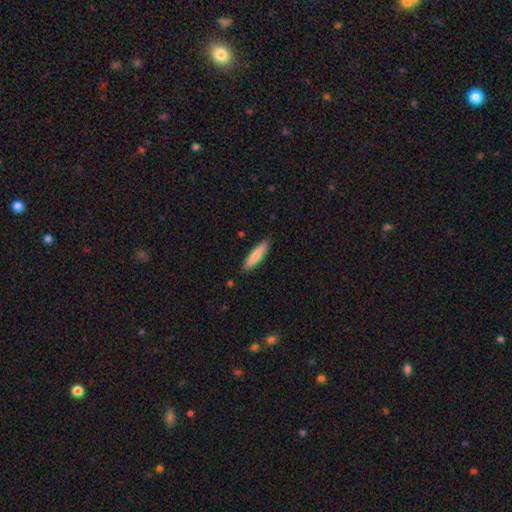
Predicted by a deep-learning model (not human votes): Q: Smooth or featured?
A: smooth (85%); runner-up: featured or disk (10%)
Q: How rounded?
A: cigar-shaped (74%); runner-up: in between (25%)
Q: Merging?
A: none (87%); runner-up: minor disturbance (10%)